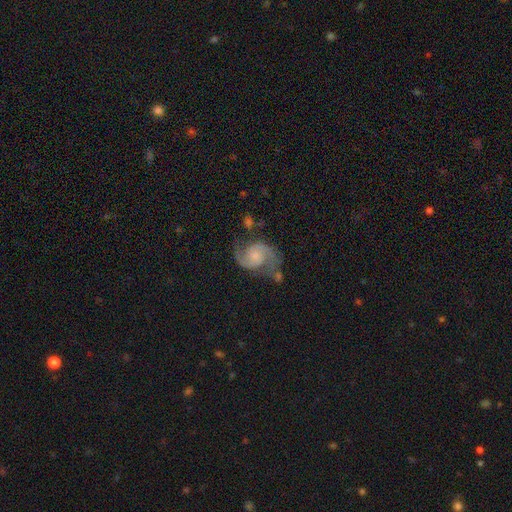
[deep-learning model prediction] A featured or disk galaxy (90%) with no bar (67%), 2 (93%) medium (56%) spiral arms (98%) and a small central bulge (50%). Merging: none (64%).